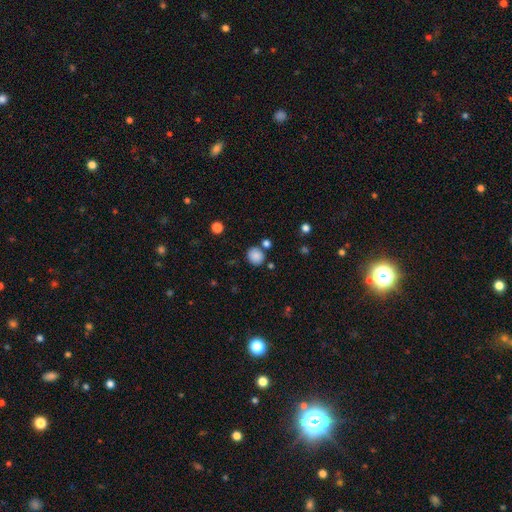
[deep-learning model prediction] smooth 86%, star or artifact 10%, featured or disk 4%. Down the decision tree: how rounded — round (85%); merging — none (77%).